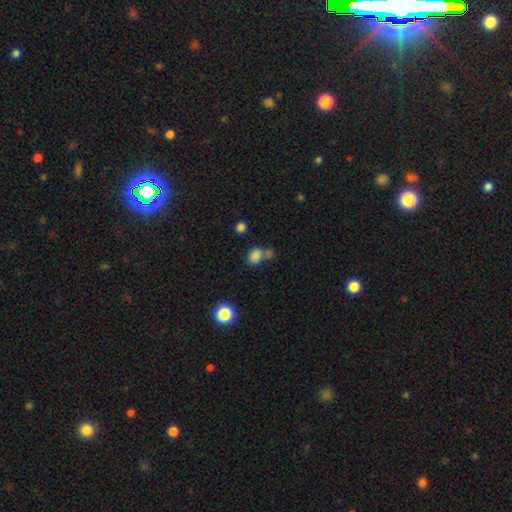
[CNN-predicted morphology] This is clearly a smooth galaxy (81%). How rounded: possibly in between (58%). Merging: possibly none (48%).